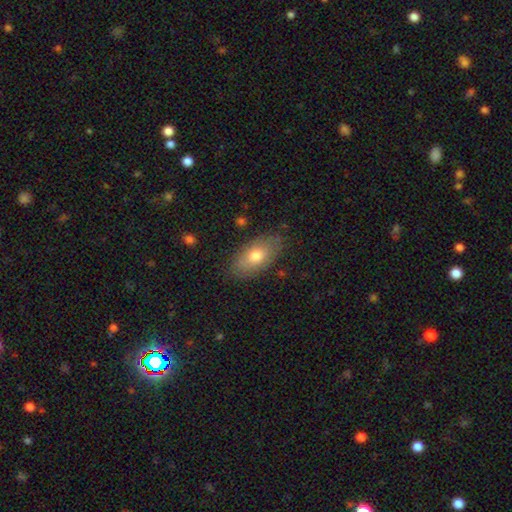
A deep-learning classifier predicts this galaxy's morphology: smooth-or-featured: smooth: 72% | featured or disk: 21% | star or artifact: 7%
  how-rounded: in between: 90% | round: 5% | cigar-shaped: 5%
  merging: none: 81% | minor disturbance: 14% | major disturbance: 3% | merger: 1%